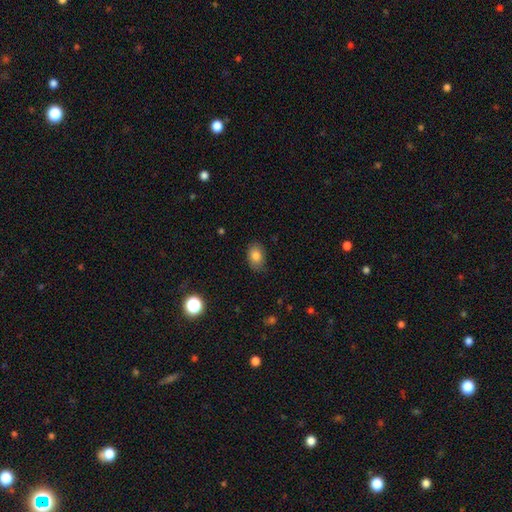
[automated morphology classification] smooth 83%, star or artifact 9%, featured or disk 8%. Down the decision tree: how rounded — in between (82%); merging — none (82%).